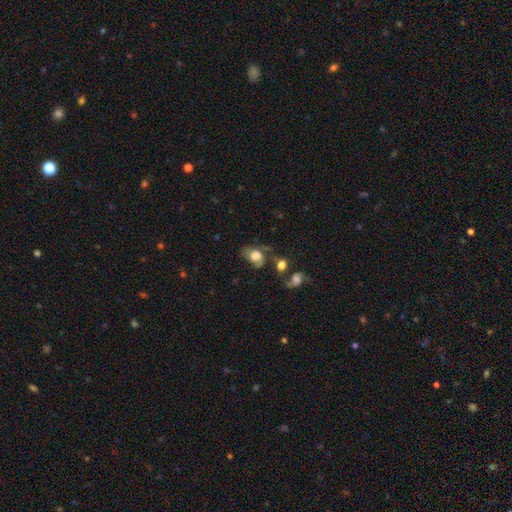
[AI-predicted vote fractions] This is possibly a smooth galaxy (47%). Merging: marginally none (34%).